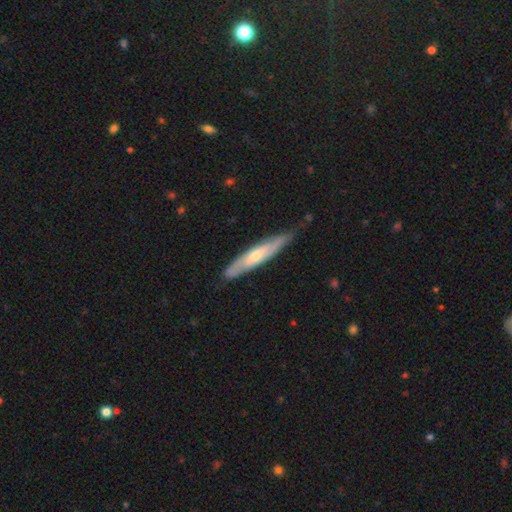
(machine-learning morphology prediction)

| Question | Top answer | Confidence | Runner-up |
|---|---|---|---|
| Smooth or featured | featured or disk | 51% | smooth (44%) |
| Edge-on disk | yes | 66% | no (34%) |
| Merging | none | 70% | minor disturbance (24%) |